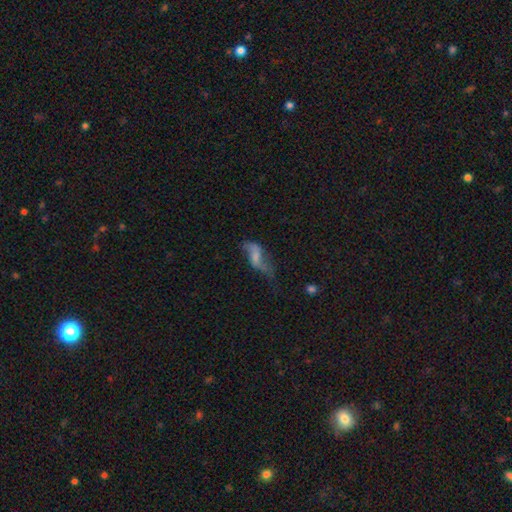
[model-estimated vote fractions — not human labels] Smooth or featured: featured or disk — 54% (smooth — 36%)
Edge-on disk: no — 91% (yes — 9%)
Merging: none — 36% (major disturbance — 33%)